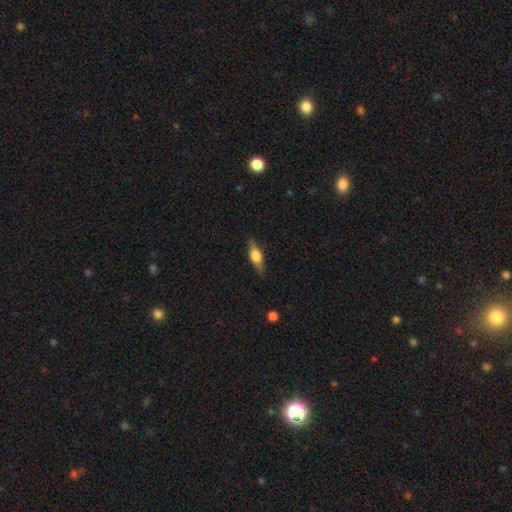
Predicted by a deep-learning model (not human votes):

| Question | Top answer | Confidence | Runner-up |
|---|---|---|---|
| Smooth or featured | smooth | 52% | featured or disk (41%) |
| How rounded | in between | 59% | cigar-shaped (37%) |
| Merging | none | 82% | minor disturbance (14%) |